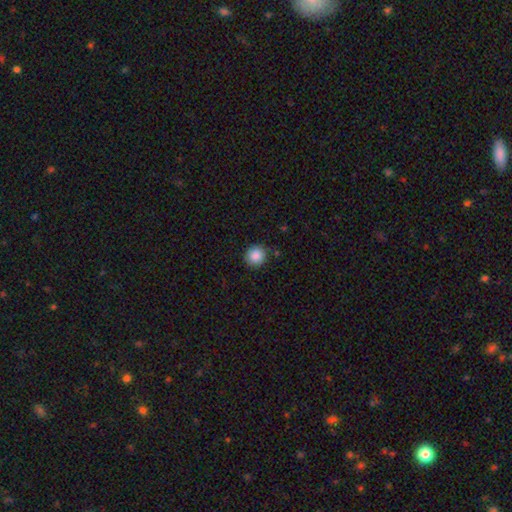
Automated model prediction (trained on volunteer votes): This is clearly a smooth galaxy (88%). How rounded: clearly round (90%). Merging: clearly none (88%).